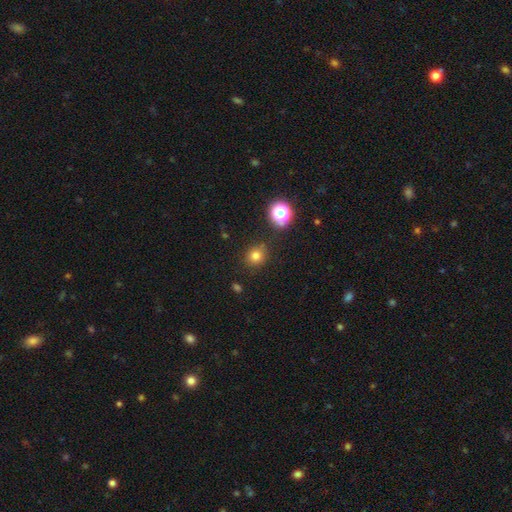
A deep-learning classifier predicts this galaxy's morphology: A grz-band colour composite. It shows a smooth galaxy with no disk features (77%) that is round (84%). Merging: none (84%).